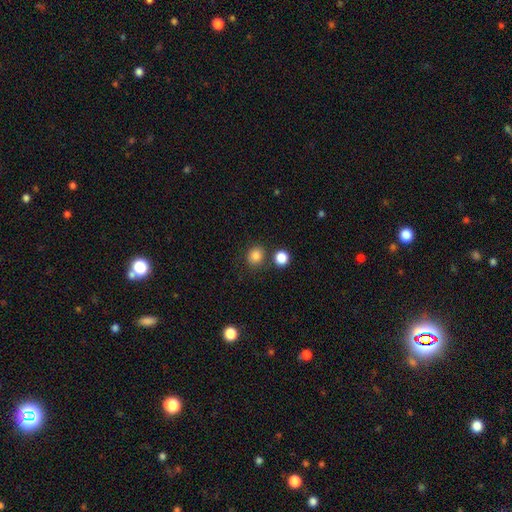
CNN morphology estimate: type=smooth (83%); roundness=round (79%); merging=none (78%).